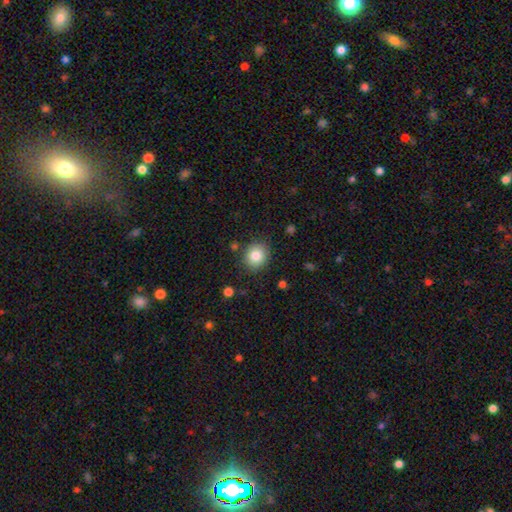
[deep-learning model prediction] Smooth or featured?
  - smooth: 84% *
  - star or artifact: 9%
  - featured or disk: 7%
How rounded?
  - round: 76% *
  - in between: 23%
  - cigar-shaped: 1%
Merging?
  - none: 85% *
  - minor disturbance: 10%
  - major disturbance: 3%
  - merger: 2%